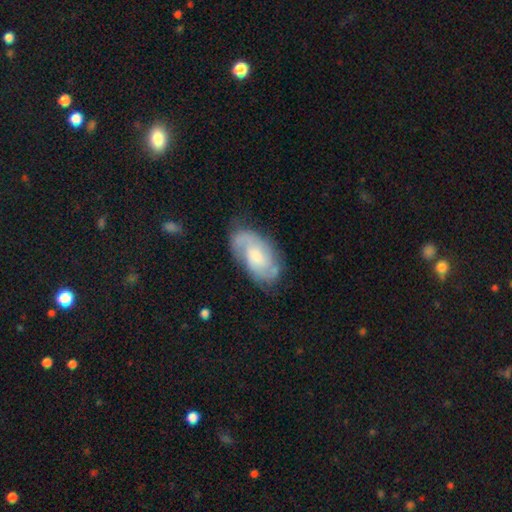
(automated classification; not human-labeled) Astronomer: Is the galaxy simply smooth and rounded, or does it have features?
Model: featured or disk — 71%.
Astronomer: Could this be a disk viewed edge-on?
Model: no — 96%.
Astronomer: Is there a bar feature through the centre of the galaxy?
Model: no — 57% (runner-up: weak, 37%).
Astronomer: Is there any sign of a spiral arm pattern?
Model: yes — 90%.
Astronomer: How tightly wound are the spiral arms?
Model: medium — 42%, tied with tight at 42%.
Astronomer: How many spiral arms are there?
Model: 2 — 61%.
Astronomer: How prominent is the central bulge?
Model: moderate — 48% (runner-up: small, 33%).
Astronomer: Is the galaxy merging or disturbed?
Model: none — 68%.